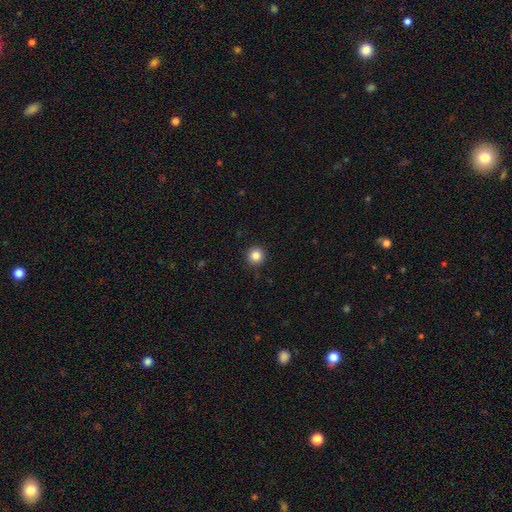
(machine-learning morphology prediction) A smooth galaxy with no disk features (86%) that is round (94%). Merging: none (92%).